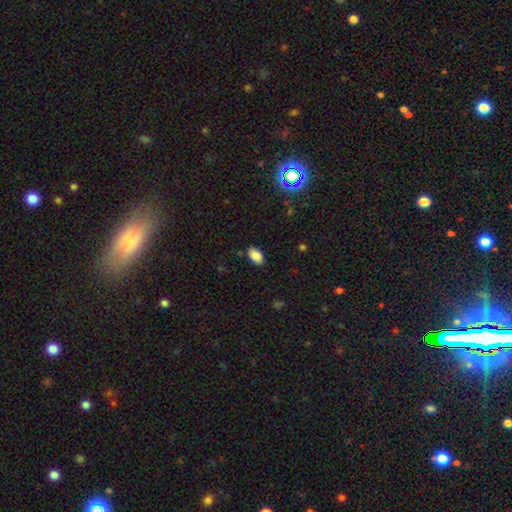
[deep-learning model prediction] Q: Smooth or featured?
A: smooth (87%); runner-up: star or artifact (9%)
Q: How rounded?
A: in between (93%); runner-up: round (5%)
Q: Merging?
A: none (84%); runner-up: minor disturbance (12%)